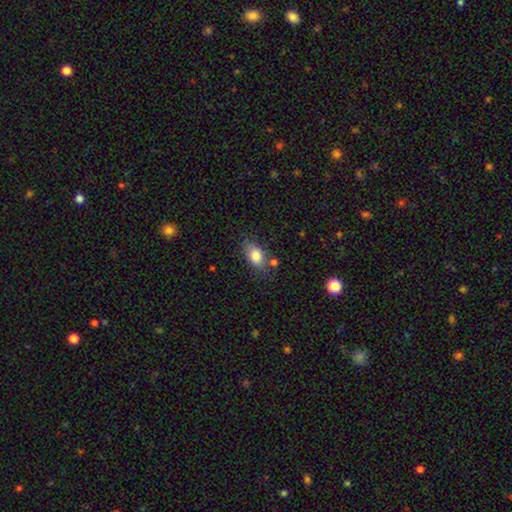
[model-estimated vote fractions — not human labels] This appears to be a smooth galaxy with no disk features (82%) that is in between round and cigar-shaped (89%). Merging: none (65%).